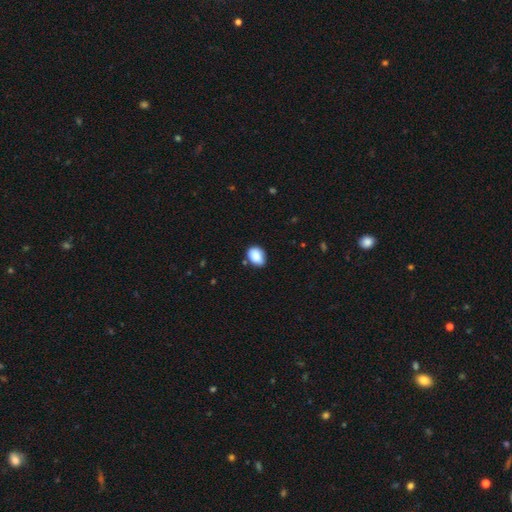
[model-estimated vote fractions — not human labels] A smooth galaxy with no disk features (88%) that is in between round and cigar-shaped (74%).

Vote fractions:
- Smooth or featured? smooth: 88% / star or artifact: 7% / featured or disk: 4%
- How rounded? in between: 74% / round: 25% / cigar-shaped: 1%
- Merging? none: 76% / minor disturbance: 19% / major disturbance: 3% / merger: 3%